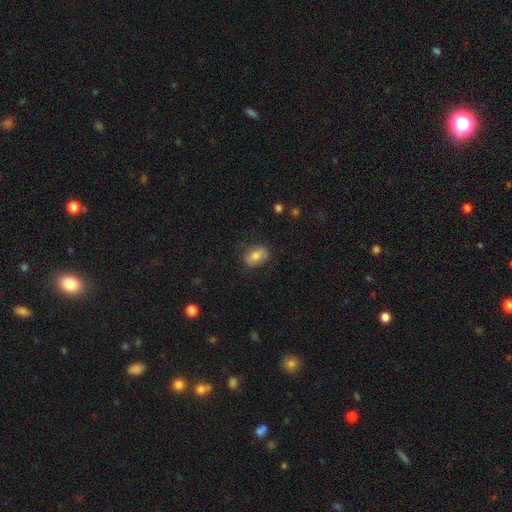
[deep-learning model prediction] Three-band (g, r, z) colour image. It shows a smooth galaxy with no disk features (72%) that is in between round and cigar-shaped (77%). Merging: none (79%).